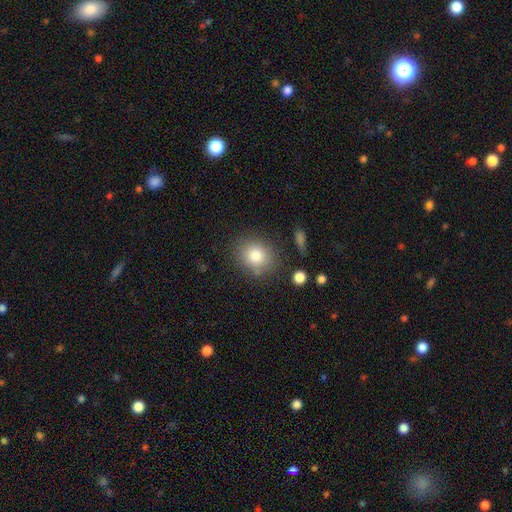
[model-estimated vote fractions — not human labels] Morphology: type=smooth (80%); roundness=round (73%); merging=none (80%).